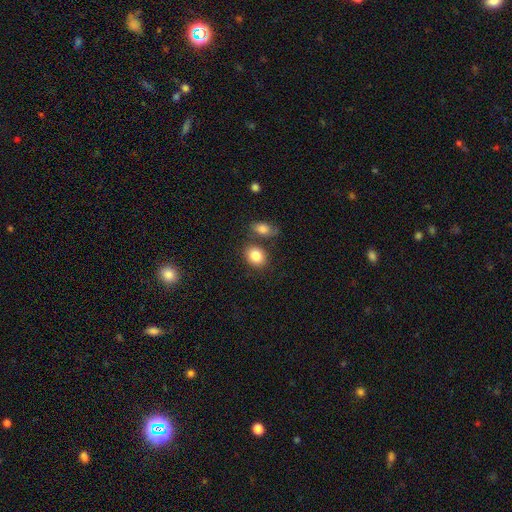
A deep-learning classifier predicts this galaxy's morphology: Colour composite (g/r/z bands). It shows a smooth galaxy with no disk features (85%) that is in between round and cigar-shaped (53%). Merging: none (68%).